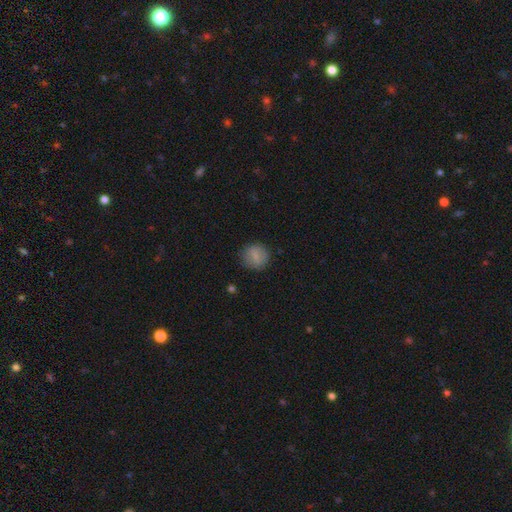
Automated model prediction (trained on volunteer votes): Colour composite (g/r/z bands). It shows a smooth galaxy with no disk features (76%) that is round (87%). Merging: none (85%).